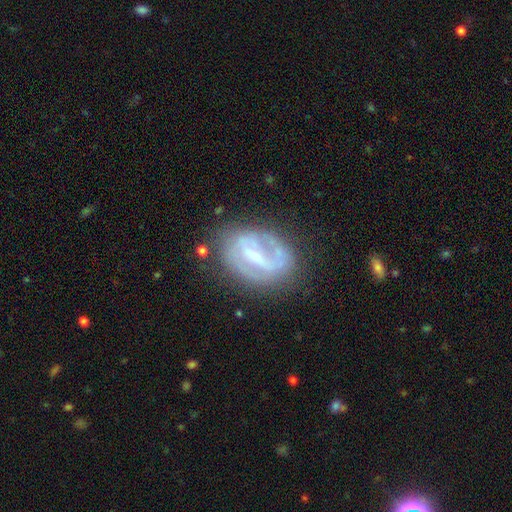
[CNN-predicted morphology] The model was most divided on "bar": strong: 49%, weak: 36%, no: 14%. Remaining: edge-on disk — no (95%); smooth or featured — featured or disk (74%); spiral arms — yes (62%); merging — none (62%); bulge size — small (47%).